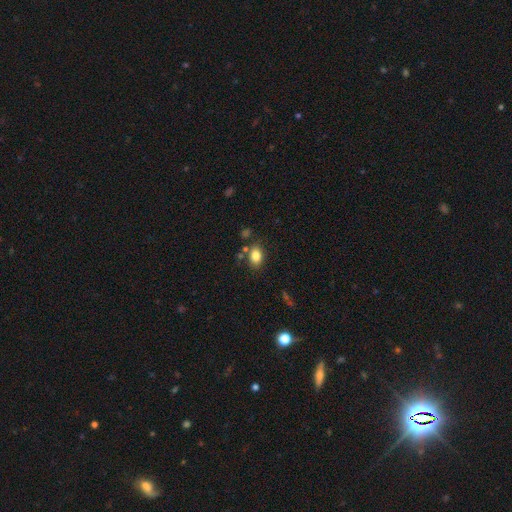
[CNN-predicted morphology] Smooth or featured?
  - smooth: 82% *
  - star or artifact: 9%
  - featured or disk: 8%
How rounded?
  - in between: 80% *
  - round: 18%
  - cigar-shaped: 2%
Merging?
  - none: 75% *
  - minor disturbance: 14%
  - merger: 7%
  - major disturbance: 4%